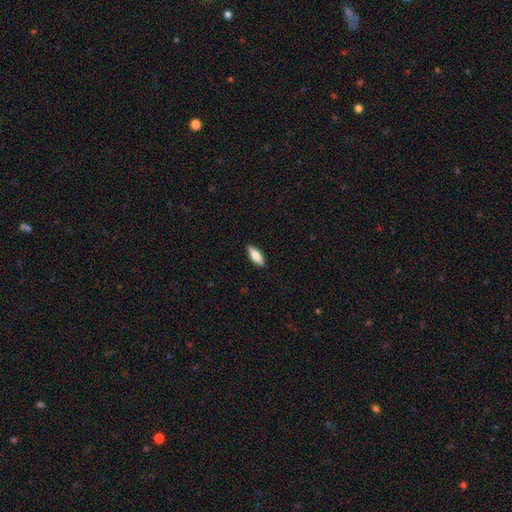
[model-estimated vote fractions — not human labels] Smooth or featured? Predicted: smooth (p=0.76). How rounded? Predicted: in between (p=0.60). Merging? Predicted: none (p=0.89).